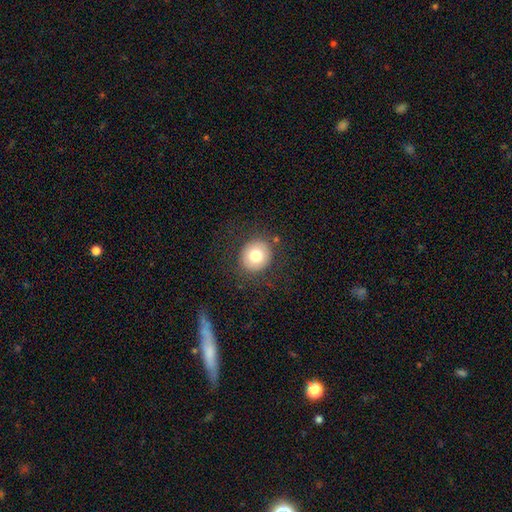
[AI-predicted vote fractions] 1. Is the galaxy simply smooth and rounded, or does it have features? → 77% smooth, 14% featured or disk, 9% star or artifact.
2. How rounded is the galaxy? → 83% round, 16% in between, 1% cigar-shaped.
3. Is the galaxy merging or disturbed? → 84% none, 10% minor disturbance, 5% major disturbance, 2% merger.